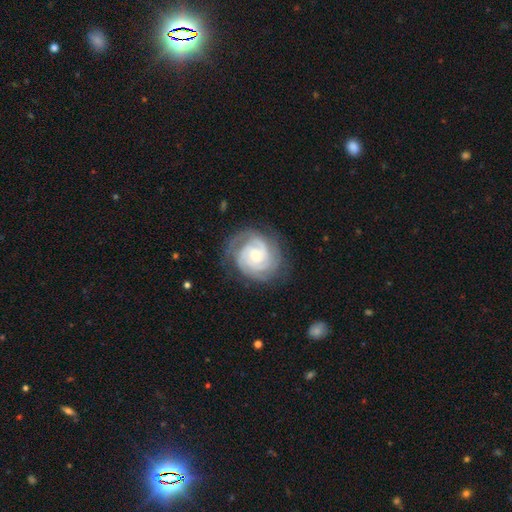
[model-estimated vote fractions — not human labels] Q: Smooth or featured?
A: featured or disk (89%); runner-up: smooth (7%)
Q: Edge-on disk?
A: no (98%); runner-up: yes (2%)
Q: Bar?
A: no (69%); runner-up: weak (25%)
Q: Spiral arms?
A: yes (98%); runner-up: no (2%)
Q: Spiral winding?
A: tight (74%); runner-up: medium (23%)
Q: Spiral arm count?
A: 3 (34%); runner-up: 2 (27%)
Q: Bulge size?
A: small (54%); runner-up: moderate (42%)
Q: Merging?
A: none (77%); runner-up: minor disturbance (16%)